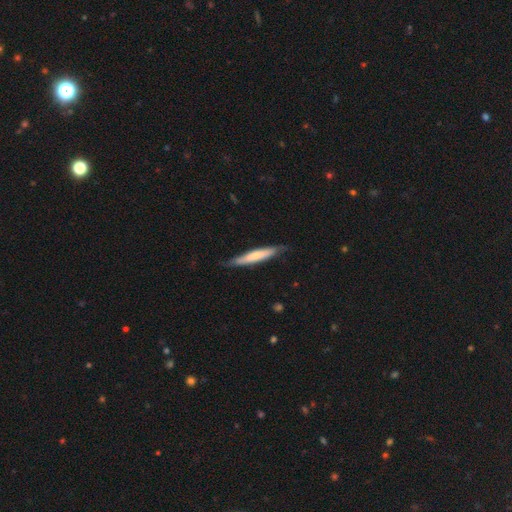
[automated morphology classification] Q: Smooth or featured?
A: smooth (59%); runner-up: featured or disk (37%)
Q: How rounded?
A: cigar-shaped (91%); runner-up: in between (7%)
Q: Merging?
A: none (76%); runner-up: minor disturbance (19%)